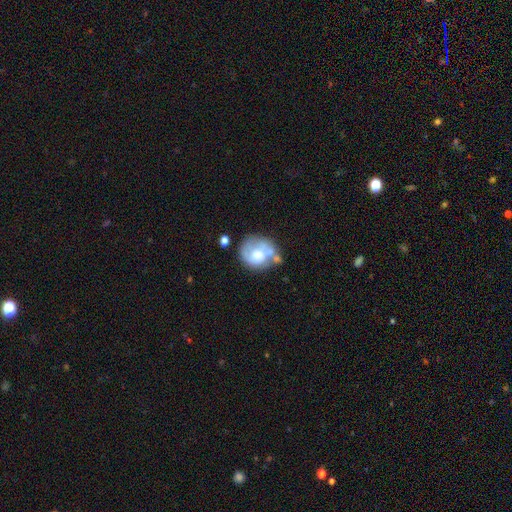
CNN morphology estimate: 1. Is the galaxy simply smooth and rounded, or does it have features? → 49% smooth, 44% featured or disk, 8% star or artifact.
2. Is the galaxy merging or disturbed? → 42% none, 25% minor disturbance, 18% merger, 16% major disturbance.